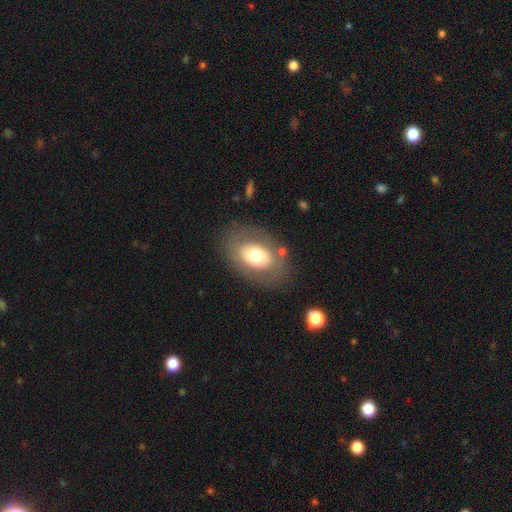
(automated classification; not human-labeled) Q: Smooth or featured?
A: smooth (59%); runner-up: featured or disk (33%)
Q: How rounded?
A: in between (82%); runner-up: round (17%)
Q: Merging?
A: none (79%); runner-up: minor disturbance (12%)